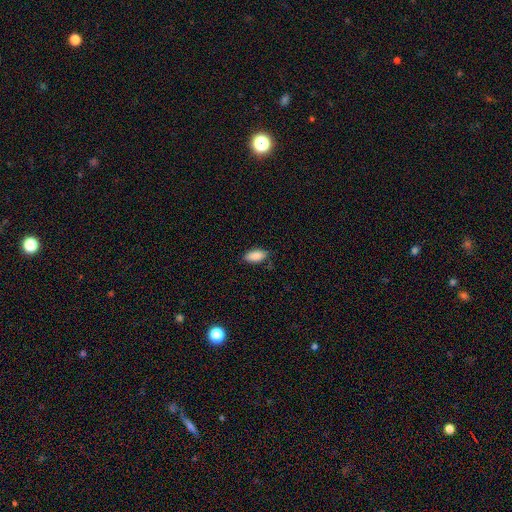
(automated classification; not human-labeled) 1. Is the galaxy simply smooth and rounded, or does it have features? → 89% smooth, 7% star or artifact, 4% featured or disk.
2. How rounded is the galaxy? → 91% in between, 6% cigar-shaped, 3% round.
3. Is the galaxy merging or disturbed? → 78% none, 18% minor disturbance, 3% major disturbance, 1% merger.